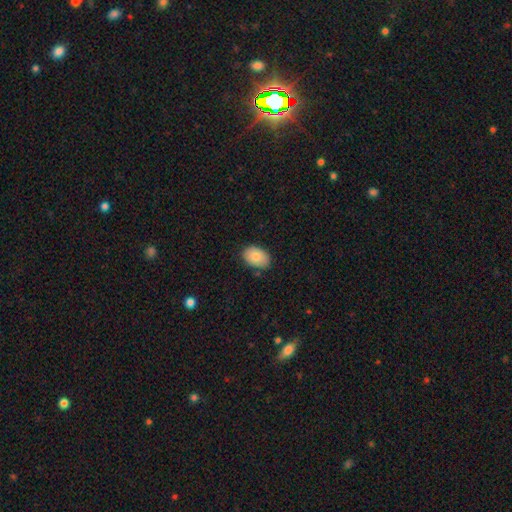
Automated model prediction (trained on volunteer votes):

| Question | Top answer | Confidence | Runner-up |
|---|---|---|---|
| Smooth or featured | smooth | 83% | featured or disk (11%) |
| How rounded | in between | 88% | round (11%) |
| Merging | none | 83% | minor disturbance (13%) |